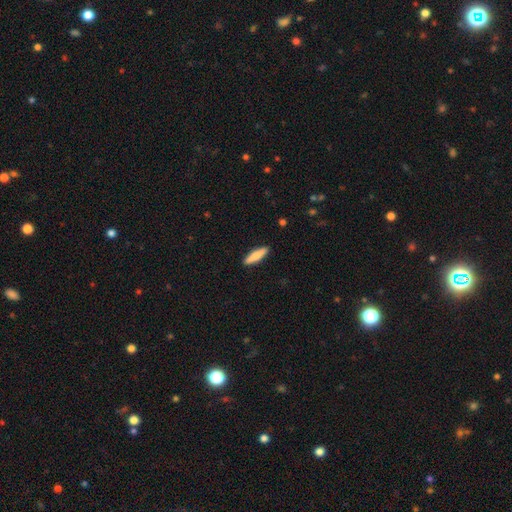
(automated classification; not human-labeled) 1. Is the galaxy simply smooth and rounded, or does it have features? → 76% smooth, 18% featured or disk, 5% star or artifact.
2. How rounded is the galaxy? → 76% cigar-shaped, 22% in between, 2% round.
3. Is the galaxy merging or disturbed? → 90% none, 7% minor disturbance, 2% major disturbance, 1% merger.